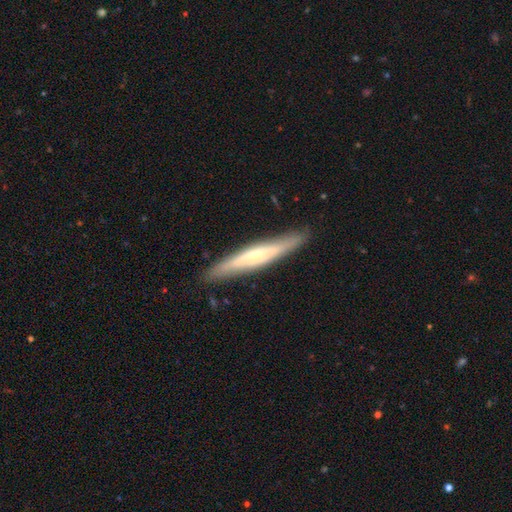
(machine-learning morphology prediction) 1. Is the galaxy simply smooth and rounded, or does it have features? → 59% featured or disk, 36% smooth, 6% star or artifact.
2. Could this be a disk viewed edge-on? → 89% yes, 11% no.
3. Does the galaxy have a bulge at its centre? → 58% rounded, 32% none, 10% boxy.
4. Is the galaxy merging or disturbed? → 88% none, 9% minor disturbance, 2% major disturbance, 1% merger.